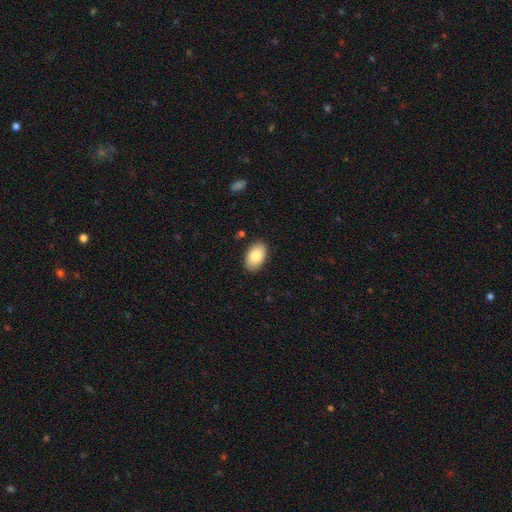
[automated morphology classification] smooth-or-featured: smooth: 83% | featured or disk: 11% | star or artifact: 6%
  how-rounded: in between: 93% | round: 6% | cigar-shaped: 1%
  merging: none: 87% | minor disturbance: 9% | major disturbance: 2% | merger: 1%